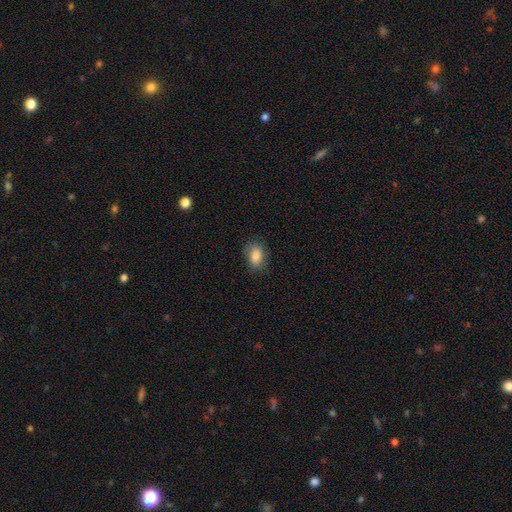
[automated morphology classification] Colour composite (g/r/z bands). It shows a smooth galaxy with no disk features (85%) that is in between round and cigar-shaped (84%). Merging: none (79%).